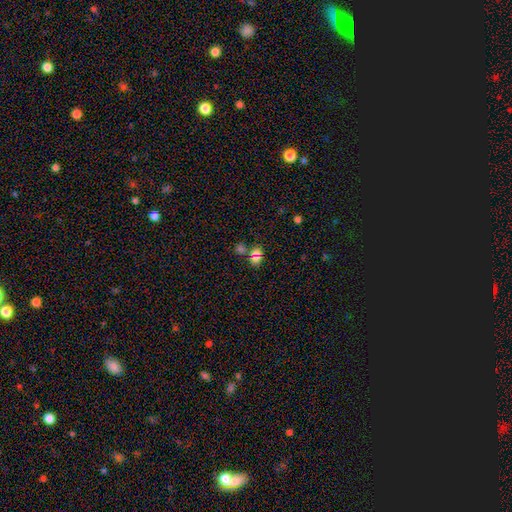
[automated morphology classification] A smooth galaxy with no disk features (63%) that is round (58%).

Vote fractions:
- Smooth or featured? smooth: 63% / star or artifact: 26% / featured or disk: 11%
- How rounded? round: 58% / in between: 40% / cigar-shaped: 2%
- Merging? none: 56% / merger: 30% / minor disturbance: 9% / major disturbance: 4%